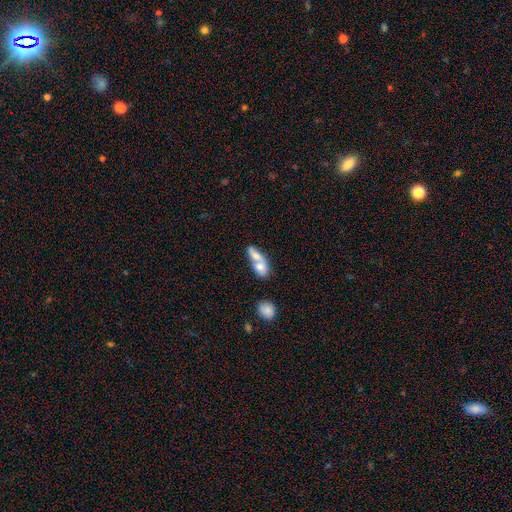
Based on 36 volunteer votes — A smooth galaxy with no disk features (67%) that is in between round and cigar-shaped (79%).

Vote fractions:
- Smooth or featured? smooth: 67% / featured or disk: 28% / star or artifact: 6%
- How rounded? in between: 79% / round: 12% / cigar-shaped: 8%
- Merging? merger: 79% / minor disturbance: 9% / none: 6% / major disturbance: 6%